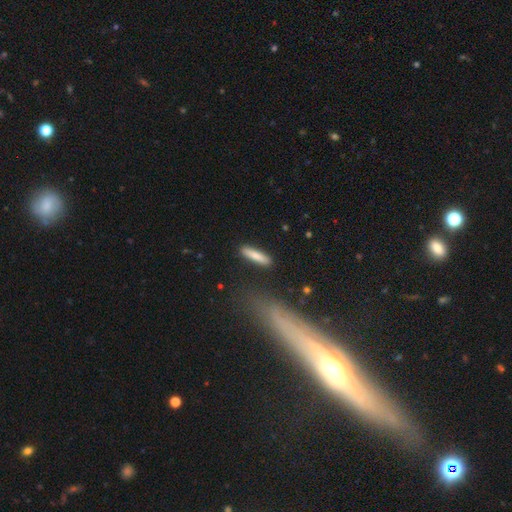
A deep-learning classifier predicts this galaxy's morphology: Smooth or featured? Predicted: smooth (p=0.82). How rounded? Predicted: cigar-shaped (p=0.81). Merging? Predicted: none (p=0.87).